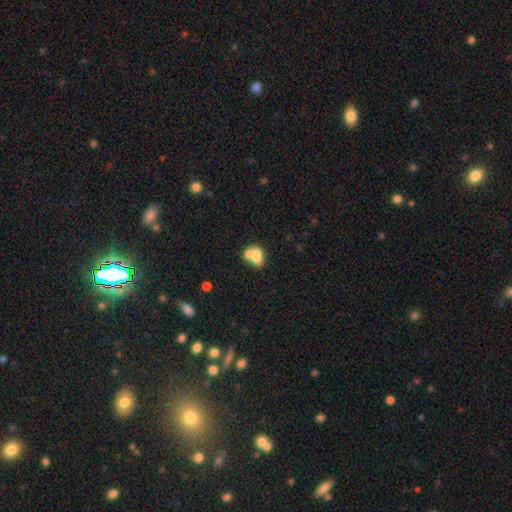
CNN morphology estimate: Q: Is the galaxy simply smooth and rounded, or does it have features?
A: smooth — 73%.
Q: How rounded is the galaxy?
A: in between — 76%.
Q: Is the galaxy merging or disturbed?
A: merger — 60%.